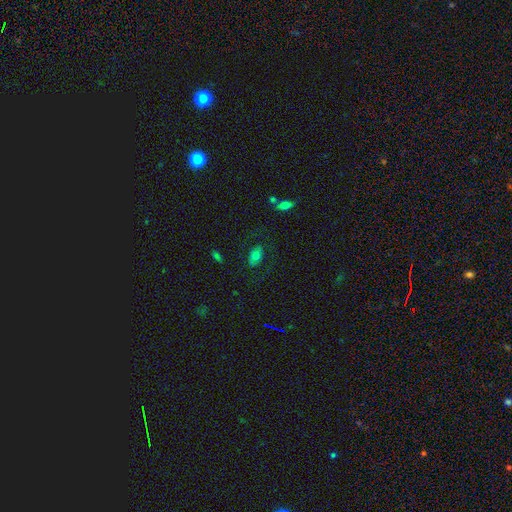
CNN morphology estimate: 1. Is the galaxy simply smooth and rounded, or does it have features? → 67% smooth, 22% featured or disk, 11% star or artifact.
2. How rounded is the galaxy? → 86% in between, 12% round, 2% cigar-shaped.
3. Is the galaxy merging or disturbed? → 73% none, 16% minor disturbance, 9% major disturbance, 2% merger.